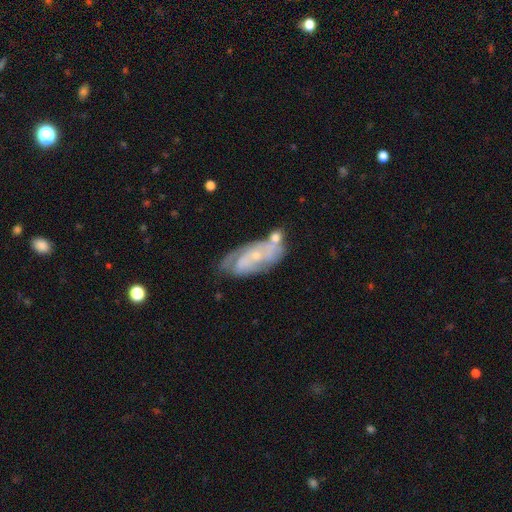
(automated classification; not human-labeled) Overall: featured or disk (73%). Edge-on disk: no (91%). Bar: no (65%; weak 28%). Spiral arms: yes (85%). Spiral arm count: 2 (40%; can't tell 37%). Spiral winding: tight (49%; medium 38%). Bulge size: small (72%). Merging: none (50%; minor disturbance 22%).